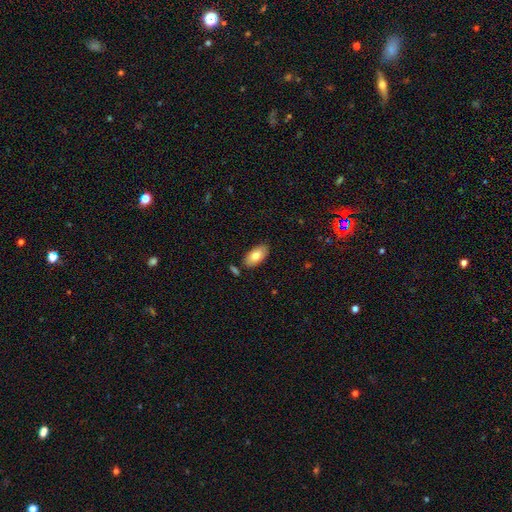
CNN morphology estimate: A smooth galaxy with no disk features (79%) that is in between round and cigar-shaped (94%). Merging: none (83%).